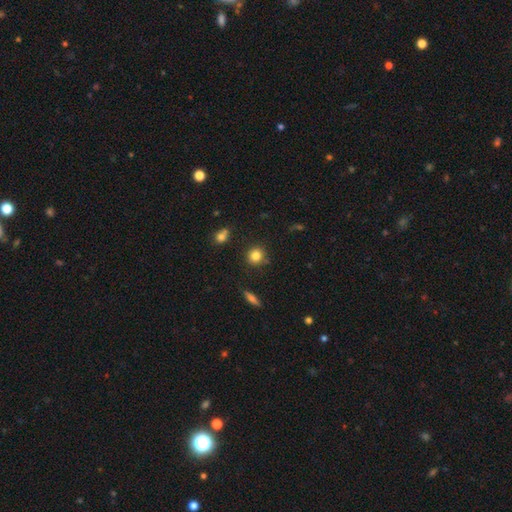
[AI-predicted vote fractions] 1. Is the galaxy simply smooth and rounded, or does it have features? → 82% smooth, 11% star or artifact, 7% featured or disk.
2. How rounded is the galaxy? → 88% round, 10% in between, 1% cigar-shaped.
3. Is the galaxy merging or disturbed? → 83% none, 10% minor disturbance, 3% merger, 3% major disturbance.